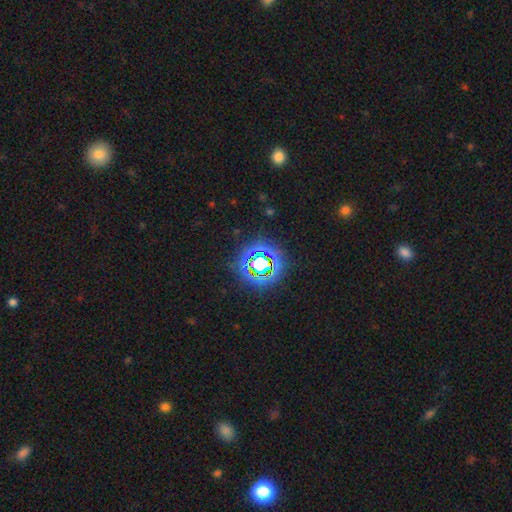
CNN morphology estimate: Smooth or featured? star or artifact (75%)